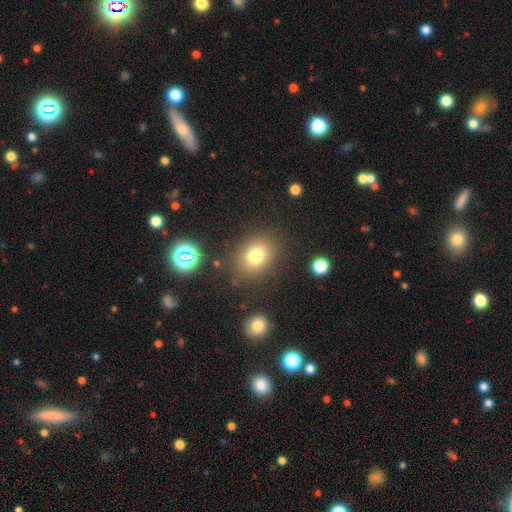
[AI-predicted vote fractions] A smooth galaxy with no disk features (77%) that is round (51%). Merging: none (81%).